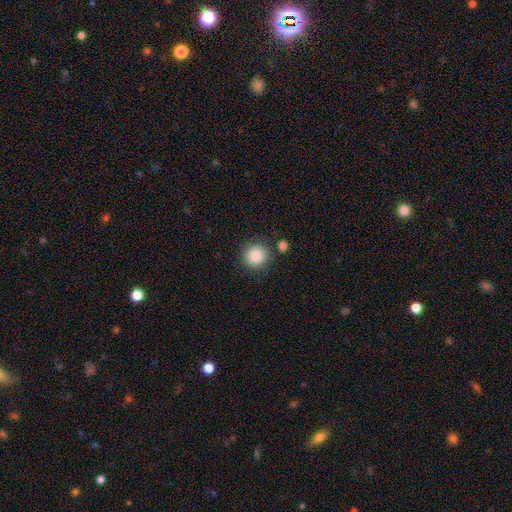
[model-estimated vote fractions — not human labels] A smooth galaxy with no disk features (85%) that is round (91%).

Vote fractions:
- Smooth or featured? smooth: 85% / star or artifact: 9% / featured or disk: 6%
- How rounded? round: 91% / in between: 8% / cigar-shaped: 1%
- Merging? none: 82% / minor disturbance: 10% / merger: 6% / major disturbance: 3%